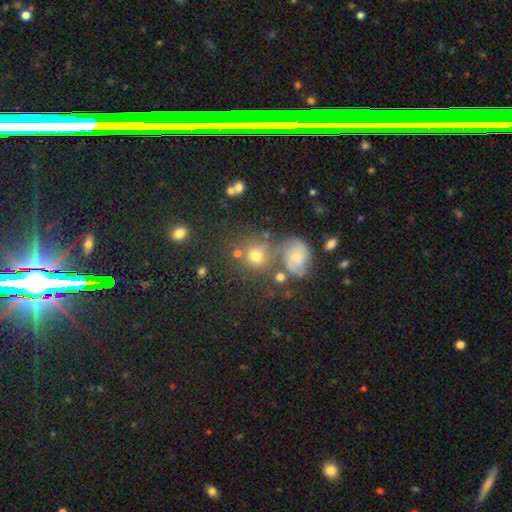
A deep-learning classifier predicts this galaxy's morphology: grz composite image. It shows a smooth galaxy with no disk features (65%) that is round (83%). Merging: none (57%).